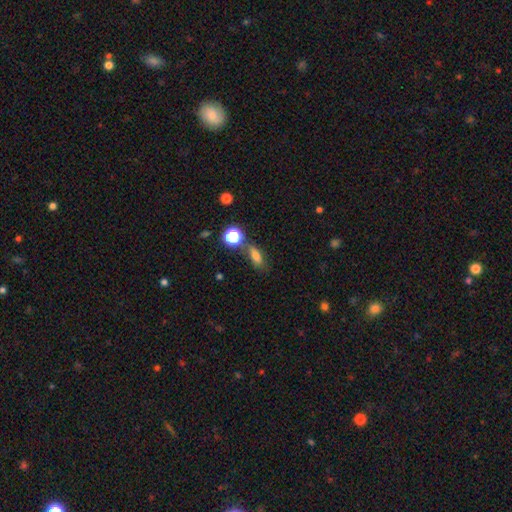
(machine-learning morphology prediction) The model was most divided on "how rounded": in between: 61%, cigar-shaped: 25%, round: 14%. More confident: smooth or featured — smooth (68%); merging — none (62%).